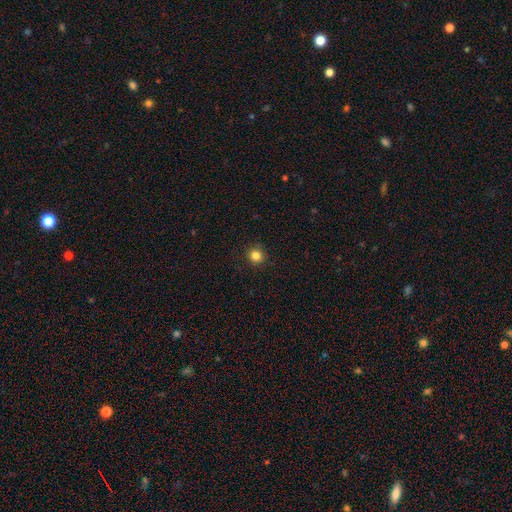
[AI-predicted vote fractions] Overall: smooth (83%). How rounded: round (91%). Merging: none (91%).